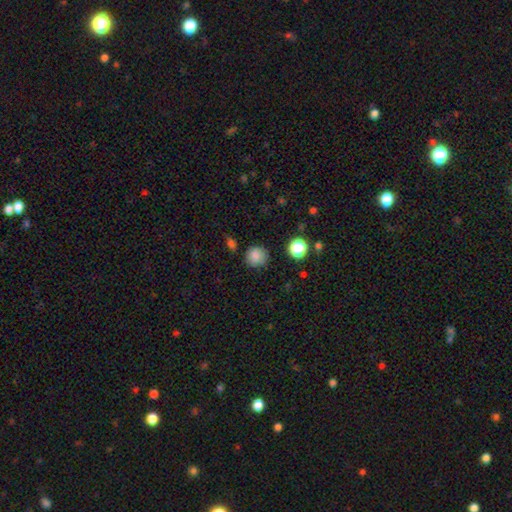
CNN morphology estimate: Smooth or featured: smooth — 83% (star or artifact — 11%)
How rounded: round — 91% (in between — 8%)
Merging: none — 80% (minor disturbance — 14%)